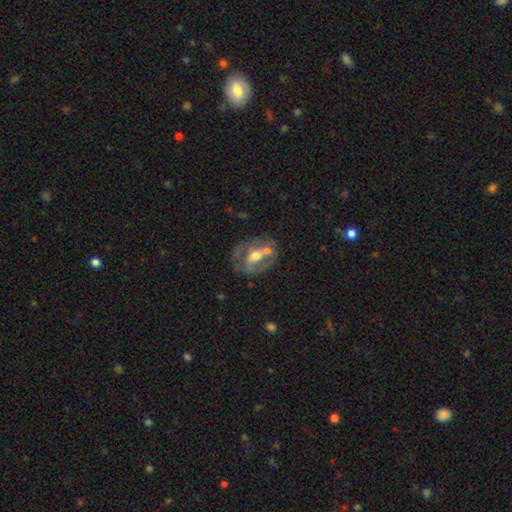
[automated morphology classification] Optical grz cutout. It shows a featured or disk galaxy (64%) with no bar (43%), no spiral arms (68%) and a moderate central bulge (72%). Merging: none (51%).